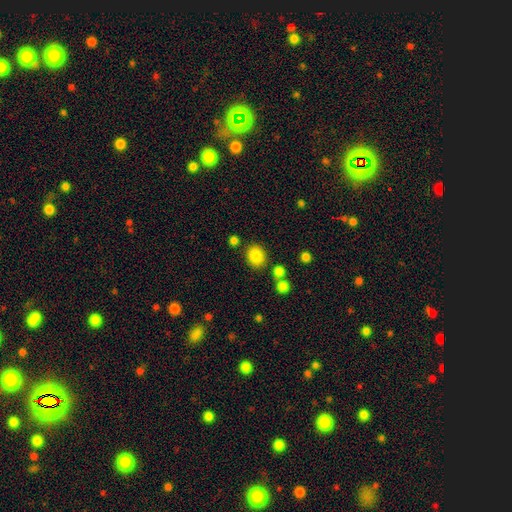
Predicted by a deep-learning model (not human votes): Smooth or featured: smooth — 85% (star or artifact — 10%)
How rounded: round — 69% (in between — 30%)
Merging: none — 83% (minor disturbance — 9%)